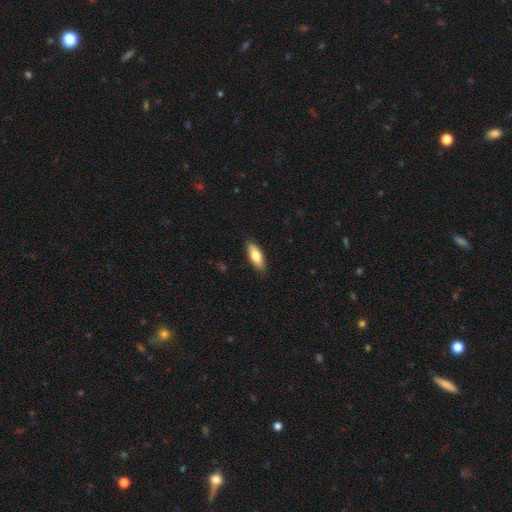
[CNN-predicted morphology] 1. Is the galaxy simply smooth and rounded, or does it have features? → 74% smooth, 20% featured or disk, 6% star or artifact.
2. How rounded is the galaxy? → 70% in between, 28% cigar-shaped, 2% round.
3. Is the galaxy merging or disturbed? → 88% none, 9% minor disturbance, 2% major disturbance, 1% merger.